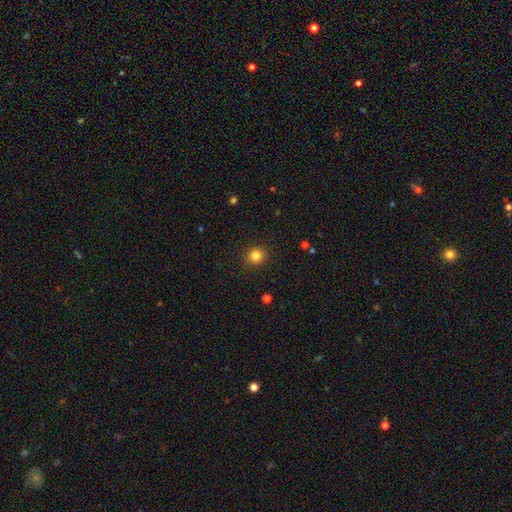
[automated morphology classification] A smooth galaxy with no disk features (82%) that is round (89%).

Vote fractions:
- Smooth or featured? smooth: 82% / star or artifact: 12% / featured or disk: 5%
- How rounded? round: 89% / in between: 10% / cigar-shaped: 1%
- Merging? none: 91% / minor disturbance: 6% / major disturbance: 2% / merger: 1%